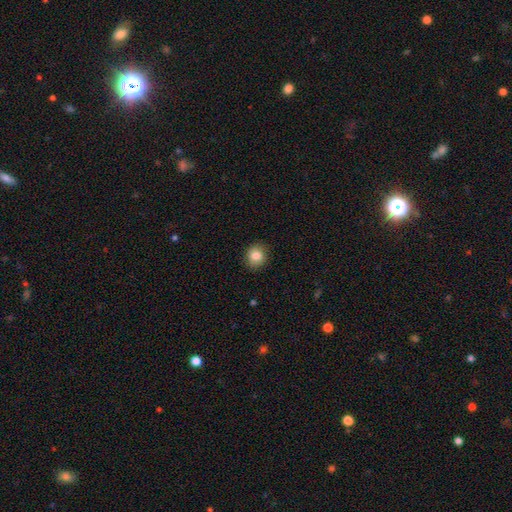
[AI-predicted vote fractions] smooth 84%, star or artifact 9%, featured or disk 7%. Down the decision tree: how rounded — round (79%); merging — none (89%).